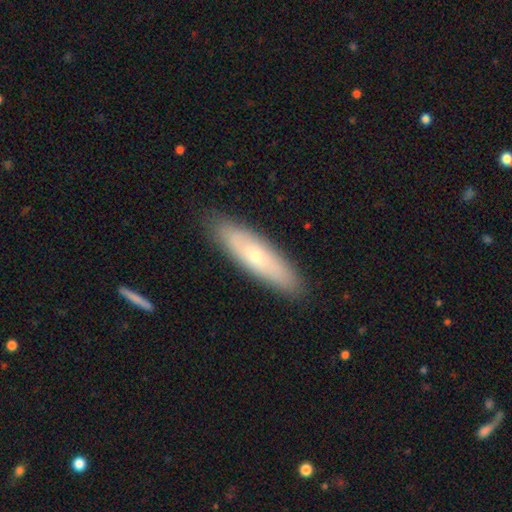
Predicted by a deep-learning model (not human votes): Overall: smooth (55%; featured or disk 39%). How rounded: cigar-shaped (64%; in between 34%). Merging: none (87%).